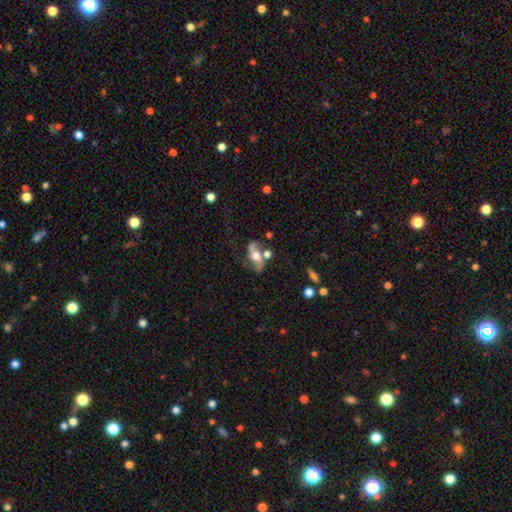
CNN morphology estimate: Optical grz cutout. It shows a featured or disk galaxy (75%) with no bar (57%), 2 (90%) loose (67%) spiral arms (86%) and a moderate central bulge (66%). Merging: none (56%).